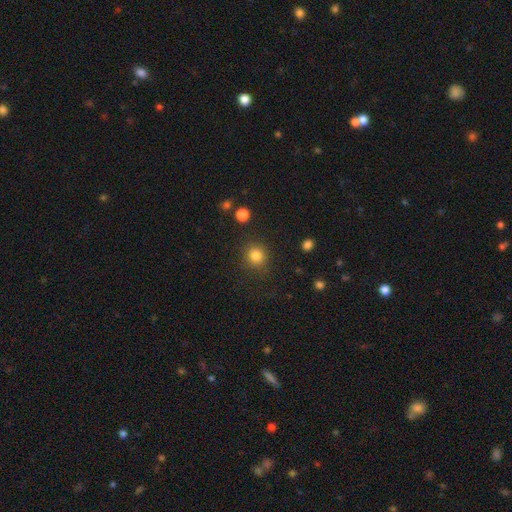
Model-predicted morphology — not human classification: smooth_or_featured: smooth (p=0.83) [alt: star or artifact p=0.12]
how_rounded: round (p=0.89) [alt: in between p=0.10]
merging: none (p=0.87) [alt: minor disturbance p=0.08]